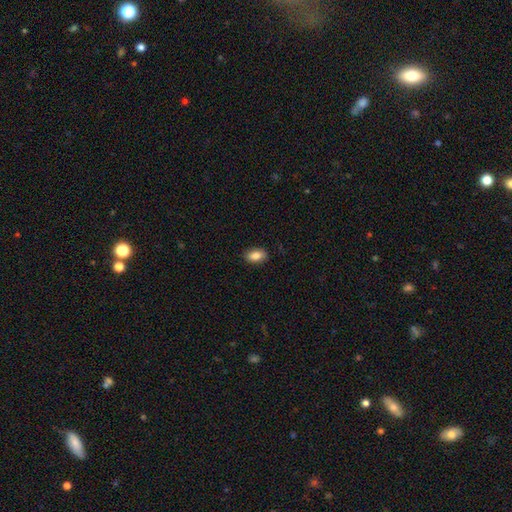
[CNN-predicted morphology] Overall: smooth (84%). How rounded: in between (90%). Merging: none (87%).